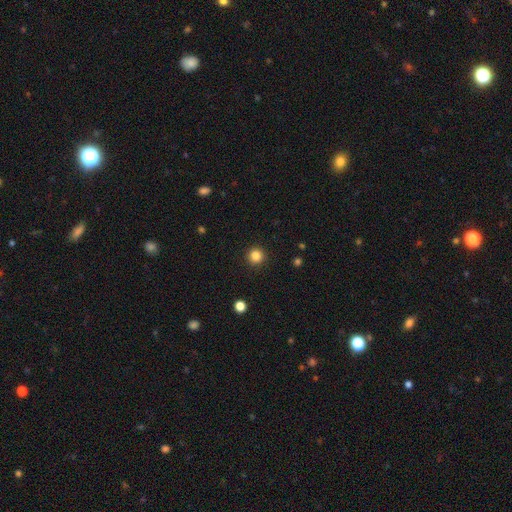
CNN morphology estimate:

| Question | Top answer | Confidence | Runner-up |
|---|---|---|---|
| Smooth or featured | smooth | 84% | star or artifact (12%) |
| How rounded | round | 95% | in between (4%) |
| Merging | none | 93% | minor disturbance (5%) |